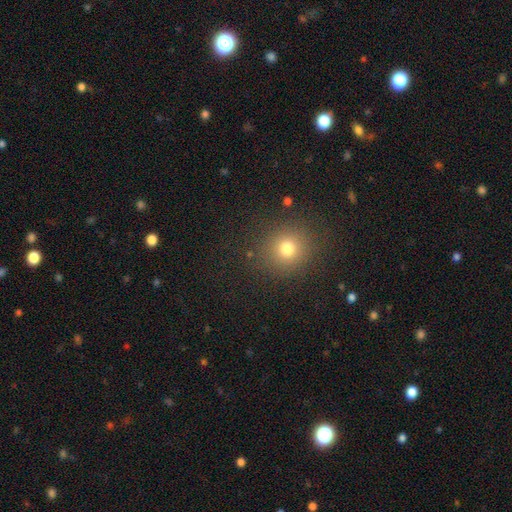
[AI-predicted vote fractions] Morphology: type=smooth (68%); roundness=round (89%); merging=none (91%).